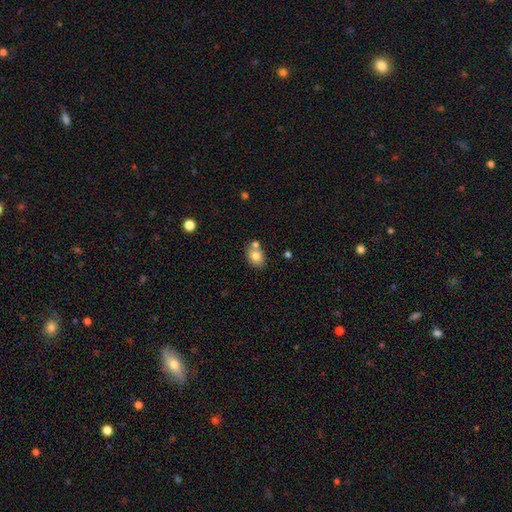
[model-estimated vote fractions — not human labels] The model was most divided on "how rounded": in between: 64%, round: 35%, cigar-shaped: 1%. More confident: smooth or featured — smooth (76%); merging — none (58%).